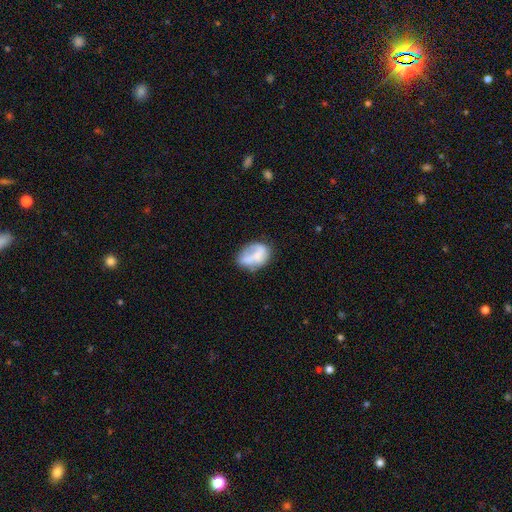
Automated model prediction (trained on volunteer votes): The model was most divided on "merging": none: 43%, minor disturbance: 30%, major disturbance: 19%, merger: 9%. More confident: how rounded — in between (74%); smooth or featured — smooth (60%).